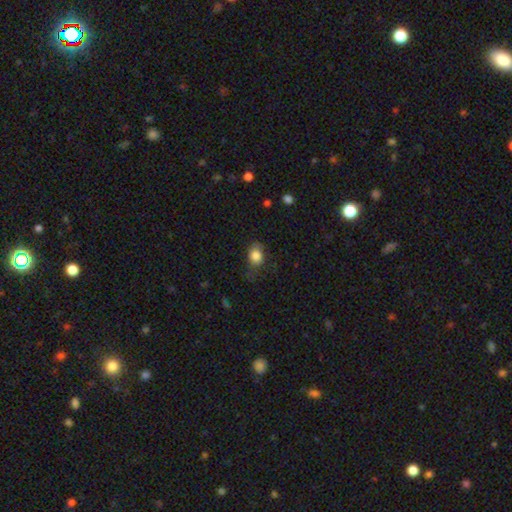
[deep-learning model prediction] A smooth galaxy with no disk features (83%) that is in between round and cigar-shaped (56%). Merging: none (59%).